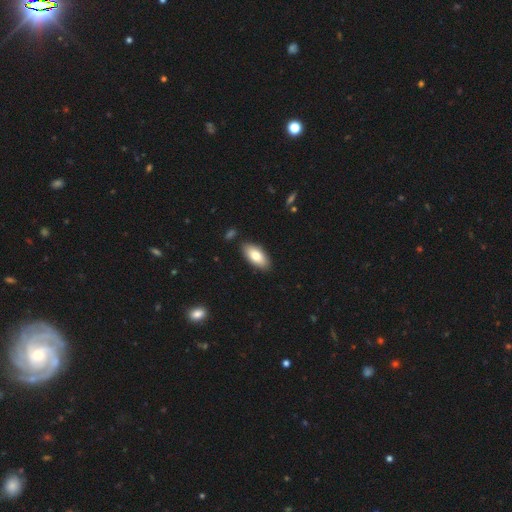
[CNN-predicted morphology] type=smooth (79%); roundness=in between (89%); merging=none (86%).